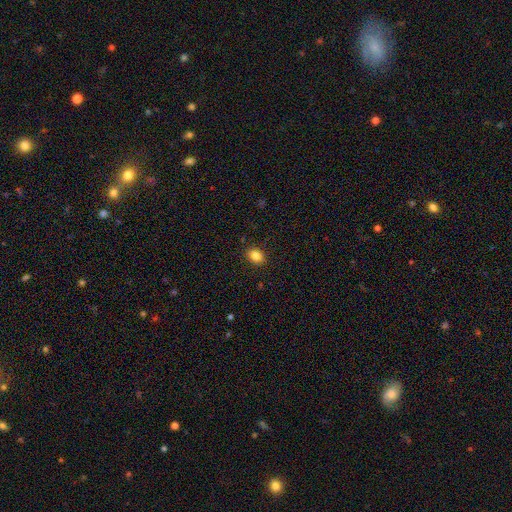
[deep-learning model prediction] smooth_or_featured: smooth (p=0.84) [alt: star or artifact p=0.10]
how_rounded: in between (p=0.64) [alt: round p=0.35]
merging: none (p=0.89) [alt: minor disturbance p=0.08]